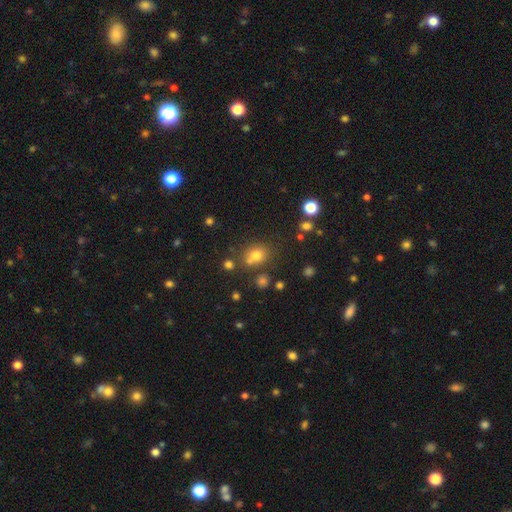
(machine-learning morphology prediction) smooth-or-featured: smooth: 72% | star or artifact: 19% | featured or disk: 9%
  how-rounded: round: 63% | in between: 36% | cigar-shaped: 1%
  merging: none: 61% | merger: 20% | minor disturbance: 13% | major disturbance: 5%